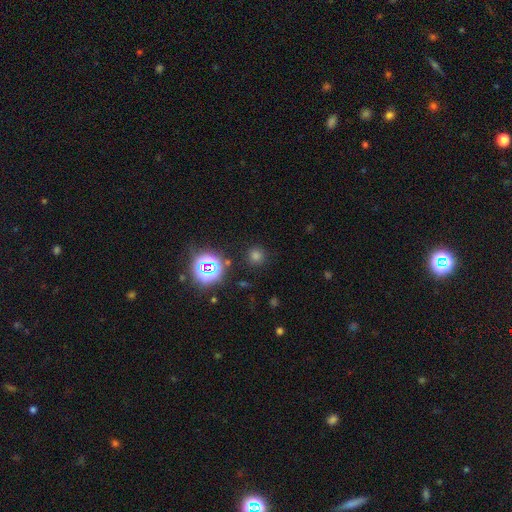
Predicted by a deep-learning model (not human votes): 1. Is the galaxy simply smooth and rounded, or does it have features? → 63% smooth, 31% star or artifact, 6% featured or disk.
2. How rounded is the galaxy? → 93% round, 6% in between, 1% cigar-shaped.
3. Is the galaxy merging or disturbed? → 88% none, 7% minor disturbance, 3% major disturbance, 3% merger.